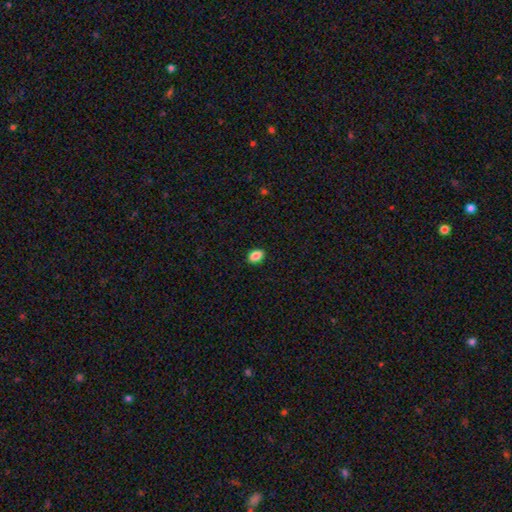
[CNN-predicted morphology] A smooth galaxy with no disk features (88%) that is in between round and cigar-shaped (81%). Merging: none (91%).